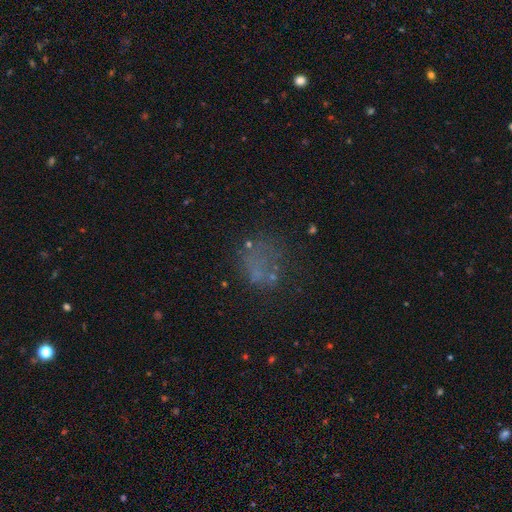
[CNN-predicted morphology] A smooth galaxy with no disk features (43%). Merging: none (55%).